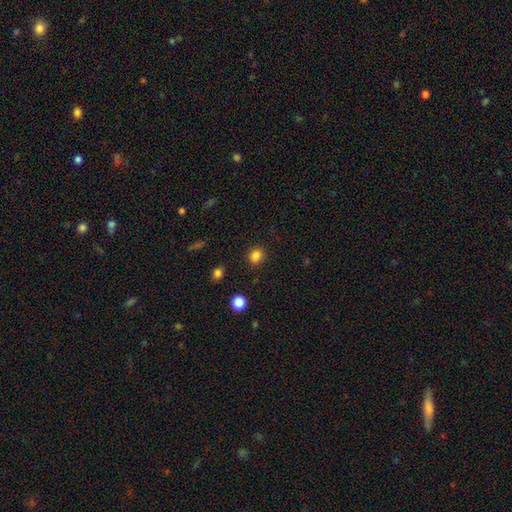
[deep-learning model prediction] smooth_or_featured: smooth (p=0.84) [alt: star or artifact p=0.12]
how_rounded: round (p=0.80) [alt: in between p=0.19]
merging: none (p=0.88) [alt: minor disturbance p=0.08]